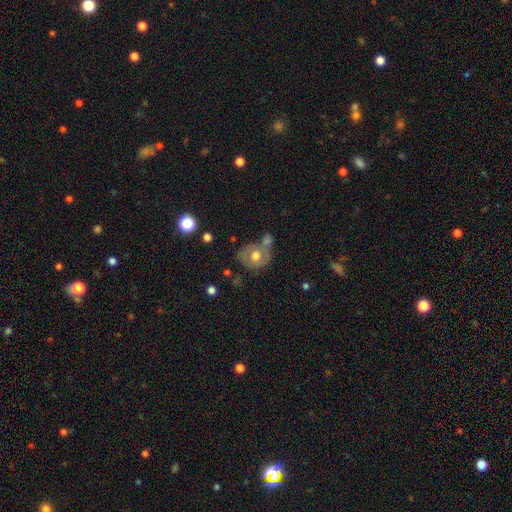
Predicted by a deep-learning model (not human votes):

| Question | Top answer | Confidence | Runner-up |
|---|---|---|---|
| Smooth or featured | smooth | 55% | featured or disk (36%) |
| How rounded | round | 73% | in between (26%) |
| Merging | none | 42% | merger (30%) |